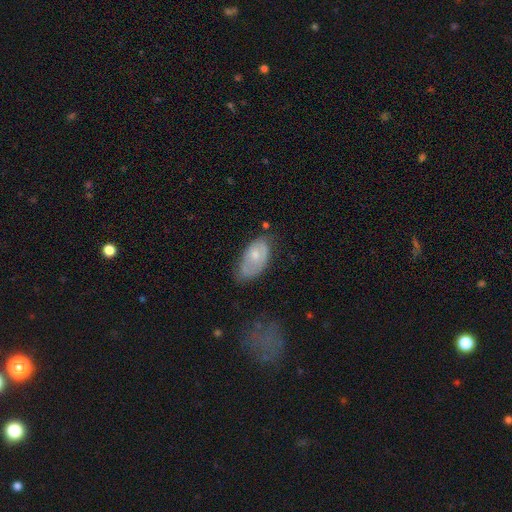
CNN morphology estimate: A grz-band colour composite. It shows a smooth galaxy with no disk features (54%) that is in between round and cigar-shaped (93%). Merging: none (55%).